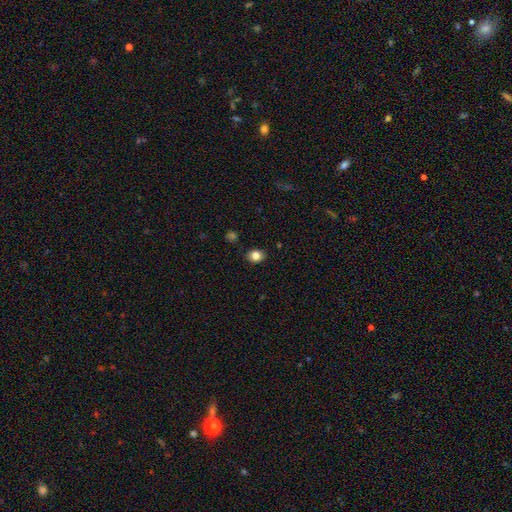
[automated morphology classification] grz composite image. It shows a smooth galaxy with no disk features (82%) that is round (54%). Merging: none (87%).